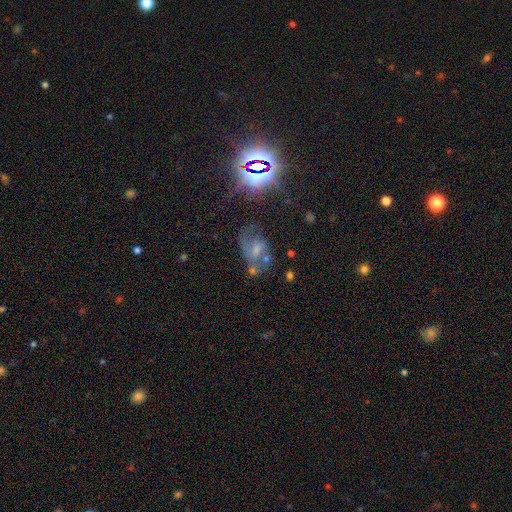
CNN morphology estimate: smooth-or-featured: featured or disk: 55% | star or artifact: 26% | smooth: 19%
  disk-edge-on: no: 95% | yes: 5%
    bar: weak: 46% | no: 36% | strong: 18%
    has-spiral-arms: yes: 82% | no: 18%
    bulge-size: small: 35% | moderate: 34% | none: 23% | large: 6% | dominant: 2%
  merging: none: 50% | minor disturbance: 21% | major disturbance: 19% | merger: 10%